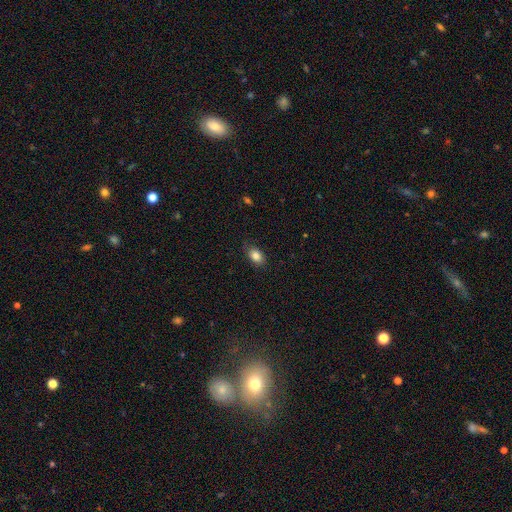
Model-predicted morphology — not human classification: smooth-or-featured: smooth: 85% | star or artifact: 9% | featured or disk: 6%
  how-rounded: in between: 83% | round: 15% | cigar-shaped: 2%
  merging: none: 81% | minor disturbance: 15% | major disturbance: 3% | merger: 1%